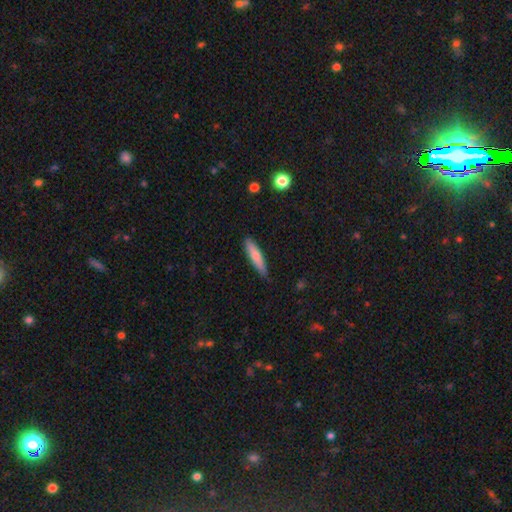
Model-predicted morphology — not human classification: smooth_or_featured: smooth (p=0.77) [alt: featured or disk p=0.18]
how_rounded: cigar-shaped (p=0.82) [alt: in between p=0.16]
merging: none (p=0.84) [alt: minor disturbance p=0.13]